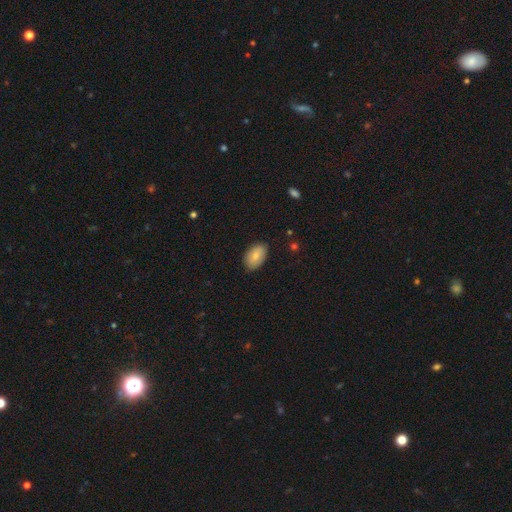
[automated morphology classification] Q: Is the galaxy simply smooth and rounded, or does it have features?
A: smooth — 77%.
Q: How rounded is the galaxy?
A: in between — 91%.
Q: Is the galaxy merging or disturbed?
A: none — 84%.